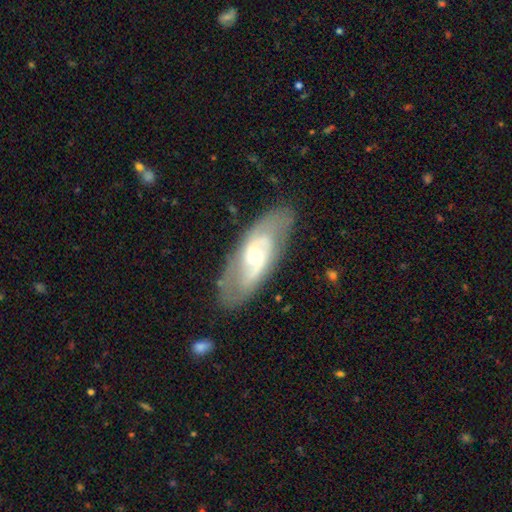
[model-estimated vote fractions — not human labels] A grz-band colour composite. It shows a featured or disk galaxy (78%) with no bar (56%), 2 (74%) medium (44%) spiral arms (83%) and a small central bulge (54%). Merging: none (80%).